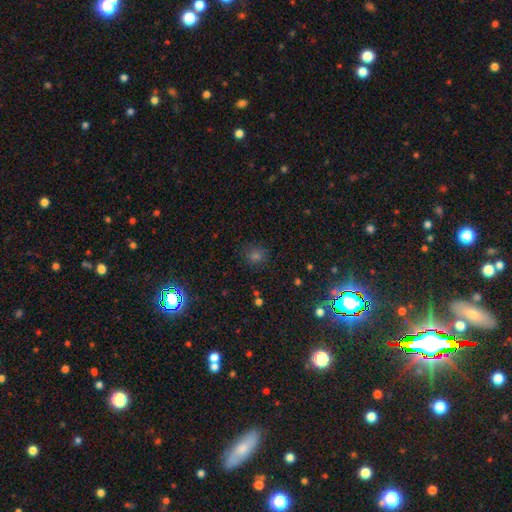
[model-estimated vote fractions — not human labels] Overall: smooth (55%; star or artifact 38%). How rounded: round (85%). Merging: none (85%).